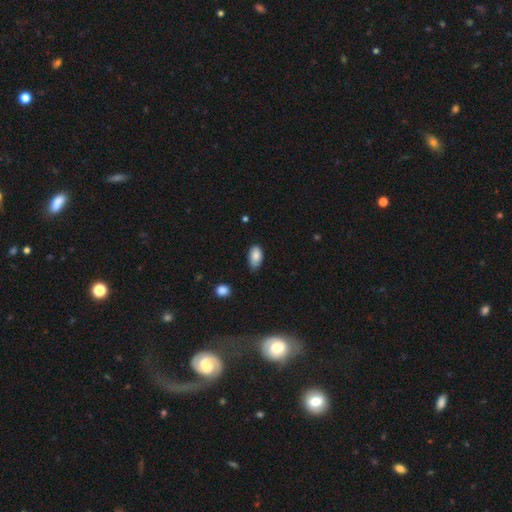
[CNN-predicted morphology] This is clearly a smooth galaxy (85%). How rounded: clearly in between (94%). Merging: likely none (69%).